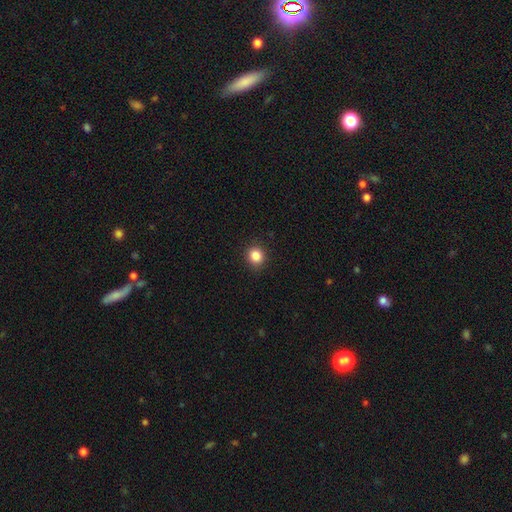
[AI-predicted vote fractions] A smooth galaxy with no disk features (85%) that is round (84%).

Vote fractions:
- Smooth or featured? smooth: 85% / star or artifact: 11% / featured or disk: 4%
- How rounded? round: 84% / in between: 15% / cigar-shaped: 1%
- Merging? none: 90% / minor disturbance: 7% / major disturbance: 2% / merger: 1%